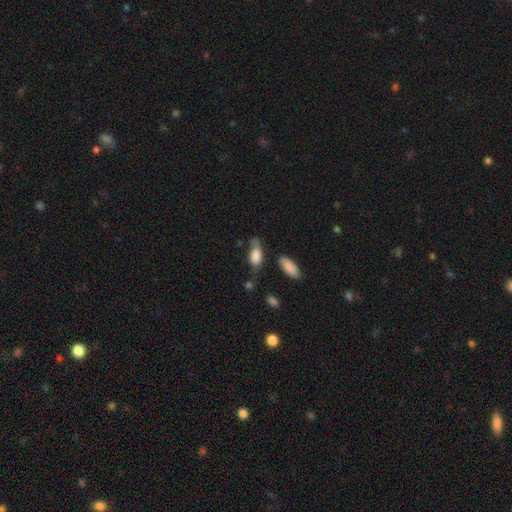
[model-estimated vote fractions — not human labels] smooth 75%, featured or disk 17%, star or artifact 8%. Down the decision tree: how rounded — in between (82%); merging — none (43%).